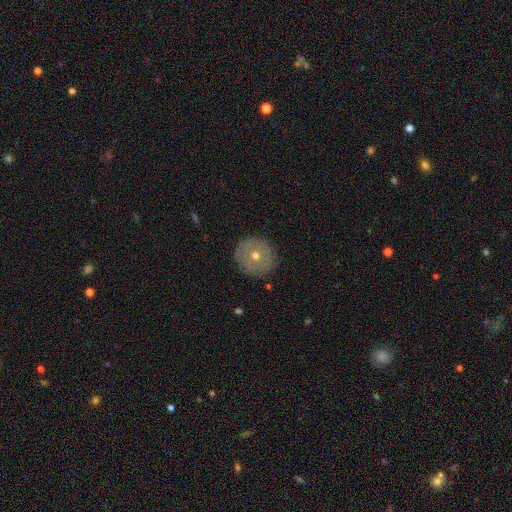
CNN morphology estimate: smooth_or_featured: smooth (p=0.51) [alt: featured or disk p=0.40]
how_rounded: round (p=0.95) [alt: in between p=0.04]
merging: none (p=0.89) [alt: minor disturbance p=0.08]